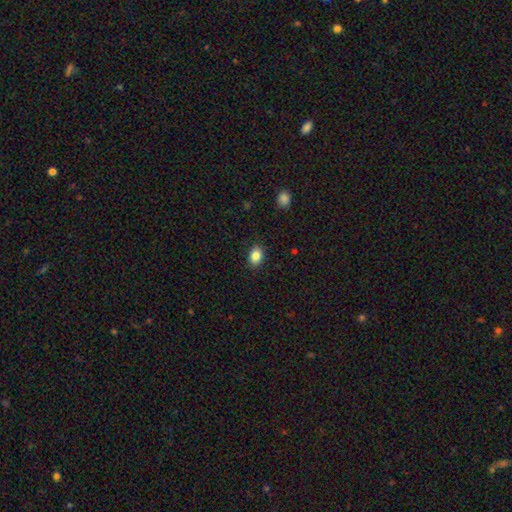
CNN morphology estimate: smooth-or-featured: smooth: 85% | star or artifact: 9% | featured or disk: 6%
  how-rounded: in between: 77% | round: 22% | cigar-shaped: 1%
  merging: none: 88% | minor disturbance: 9% | major disturbance: 2% | merger: 1%